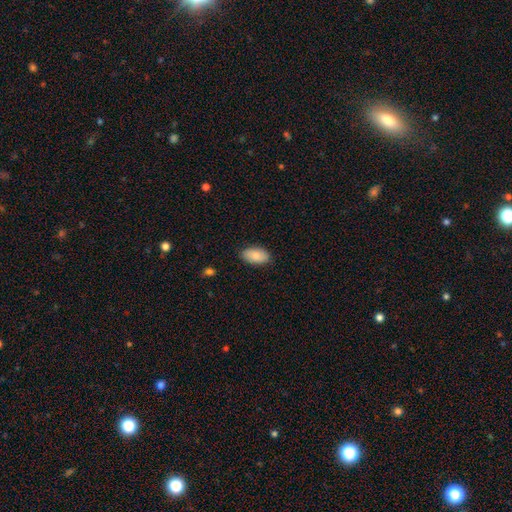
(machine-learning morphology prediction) Q: Smooth or featured?
A: smooth (83%); runner-up: featured or disk (10%)
Q: How rounded?
A: in between (94%); runner-up: round (3%)
Q: Merging?
A: none (85%); runner-up: minor disturbance (11%)